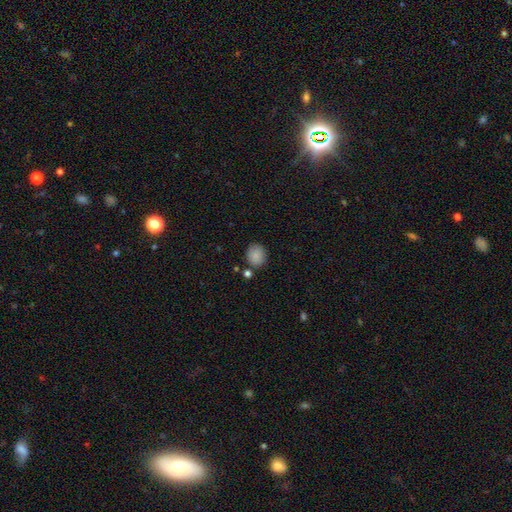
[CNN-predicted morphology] Smooth or featured: smooth — 87% (star or artifact — 9%)
How rounded: round — 75% (in between — 24%)
Merging: none — 81% (minor disturbance — 11%)